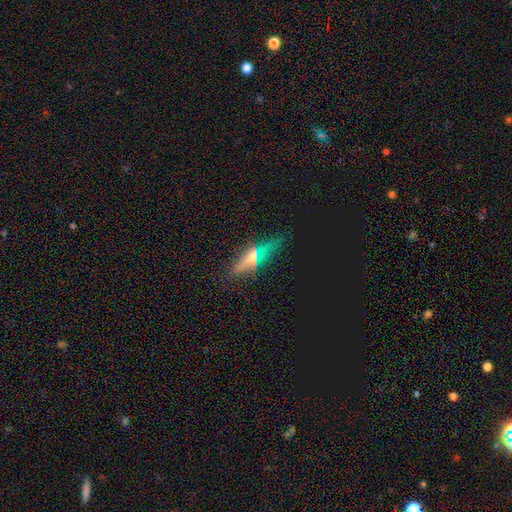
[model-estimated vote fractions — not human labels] smooth-or-featured: featured or disk: 55% | smooth: 27% | star or artifact: 17%
  disk-edge-on: yes: 86% | no: 14%
  merging: none: 79% | minor disturbance: 14% | major disturbance: 4% | merger: 3%